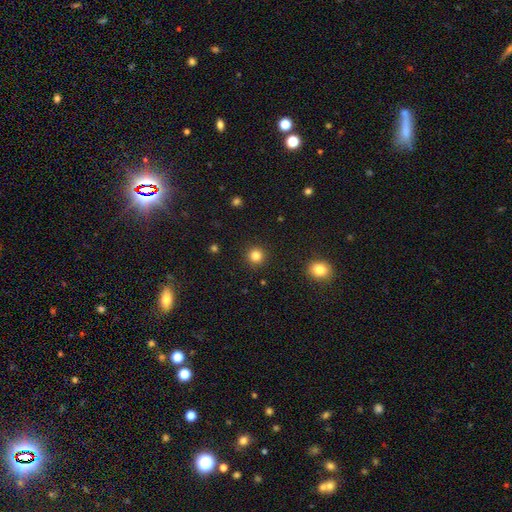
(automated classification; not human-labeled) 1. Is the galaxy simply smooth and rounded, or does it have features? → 83% smooth, 12% star or artifact, 4% featured or disk.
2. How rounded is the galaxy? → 94% round, 5% in between, 1% cigar-shaped.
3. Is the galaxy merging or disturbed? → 92% none, 5% minor disturbance, 2% major disturbance, 1% merger.